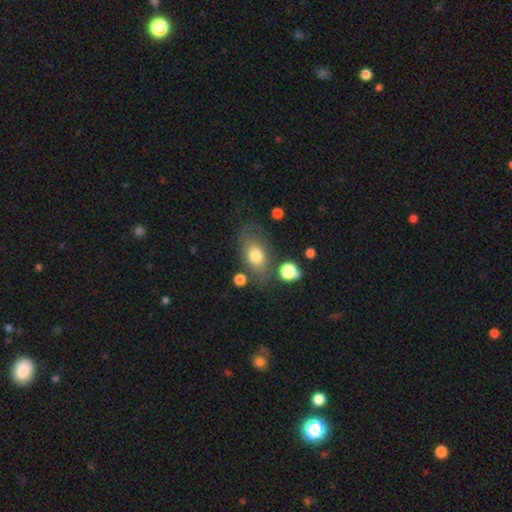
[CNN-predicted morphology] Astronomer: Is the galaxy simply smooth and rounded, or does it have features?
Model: smooth — 75%.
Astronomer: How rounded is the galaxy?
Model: in between — 77%.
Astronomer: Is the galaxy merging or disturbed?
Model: none — 64%.